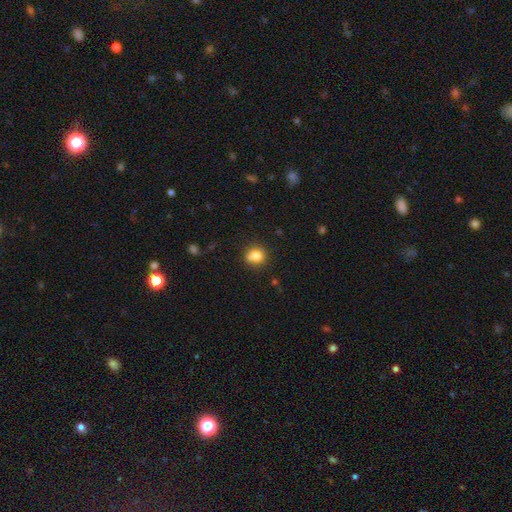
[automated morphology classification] Overall: smooth (80%). How rounded: round (78%). Merging: none (69%).